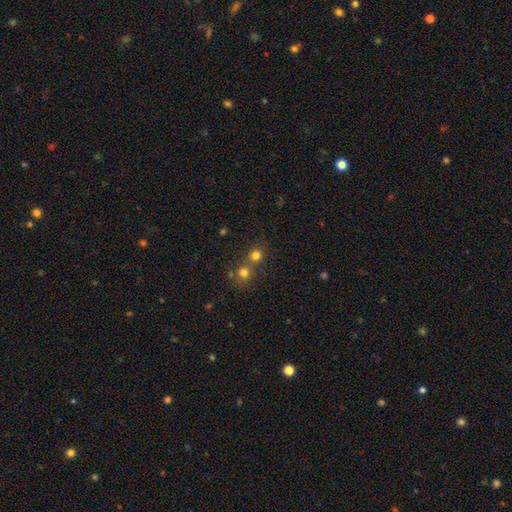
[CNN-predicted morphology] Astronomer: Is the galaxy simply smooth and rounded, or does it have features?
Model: smooth — 74%.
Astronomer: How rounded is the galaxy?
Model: round — 88%.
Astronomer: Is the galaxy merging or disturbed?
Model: none — 53% (runner-up: merger, 39%).